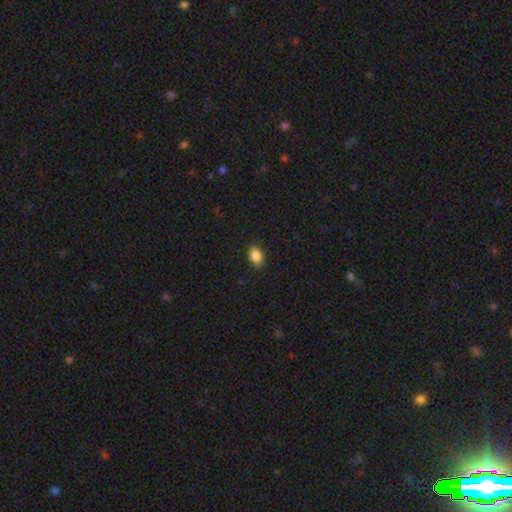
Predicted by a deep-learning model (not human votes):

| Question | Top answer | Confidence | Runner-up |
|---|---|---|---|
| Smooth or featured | smooth | 87% | star or artifact (9%) |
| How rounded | in between | 83% | round (16%) |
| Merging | none | 85% | minor disturbance (11%) |